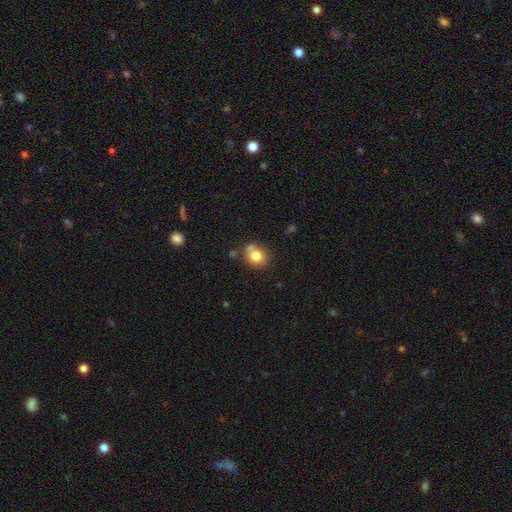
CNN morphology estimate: Q: Smooth or featured?
A: smooth (80%); runner-up: star or artifact (10%)
Q: How rounded?
A: round (70%); runner-up: in between (29%)
Q: Merging?
A: none (63%); runner-up: minor disturbance (17%)